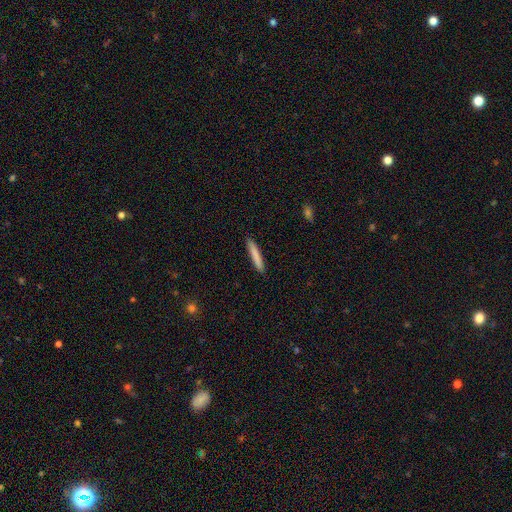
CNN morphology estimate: Smooth or featured: smooth — 82% (featured or disk — 13%)
How rounded: cigar-shaped — 94% (in between — 5%)
Merging: none — 91% (minor disturbance — 6%)